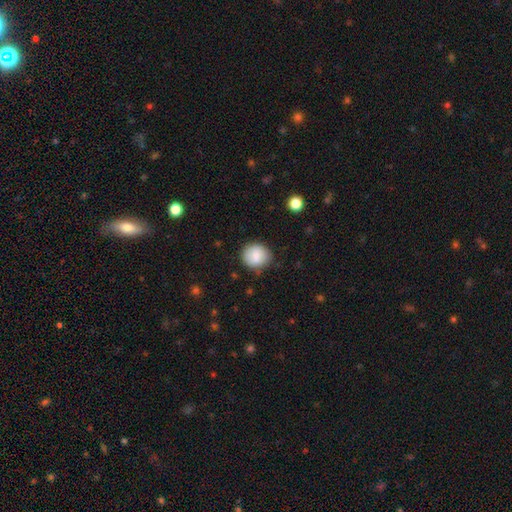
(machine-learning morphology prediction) A smooth galaxy with no disk features (81%) that is round (81%).

Vote fractions:
- Smooth or featured? smooth: 81% / featured or disk: 11% / star or artifact: 8%
- How rounded? round: 81% / in between: 18% / cigar-shaped: 1%
- Merging? none: 79% / minor disturbance: 15% / major disturbance: 3% / merger: 2%